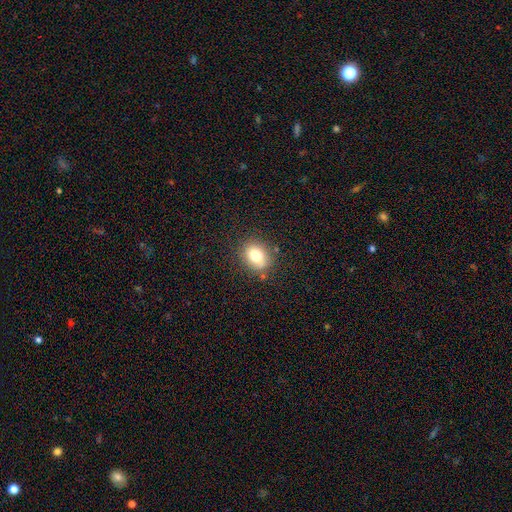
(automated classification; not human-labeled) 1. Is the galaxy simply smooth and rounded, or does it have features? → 77% smooth, 13% featured or disk, 11% star or artifact.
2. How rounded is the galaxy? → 55% in between, 44% round, 1% cigar-shaped.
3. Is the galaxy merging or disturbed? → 79% none, 14% minor disturbance, 4% major disturbance, 3% merger.